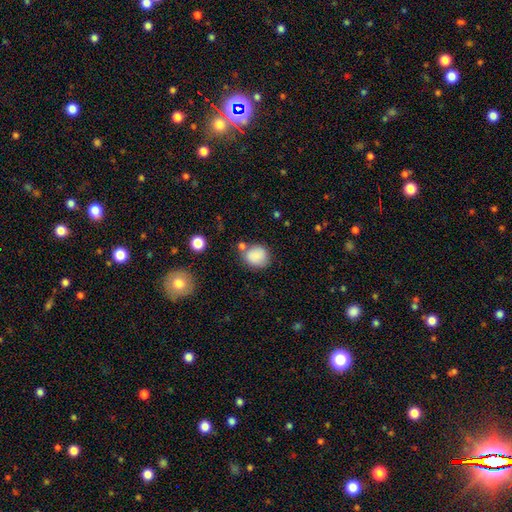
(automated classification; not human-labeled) smooth 86%, star or artifact 9%, featured or disk 6%. Down the decision tree: how rounded — round (74%); merging — none (66%).